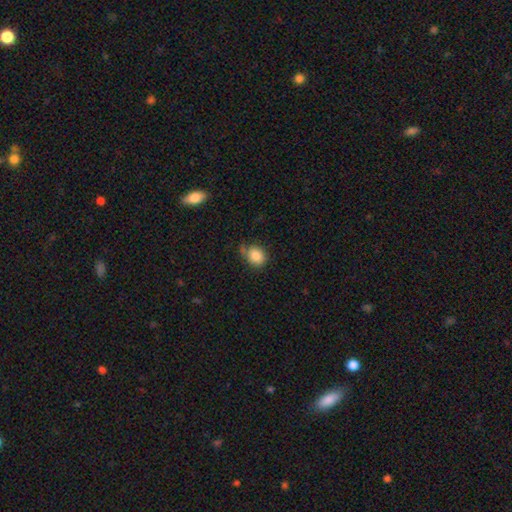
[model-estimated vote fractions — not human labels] smooth-or-featured: smooth: 83% | star or artifact: 9% | featured or disk: 8%
  how-rounded: round: 61% | in between: 38% | cigar-shaped: 1%
  merging: none: 62% | minor disturbance: 24% | major disturbance: 8% | merger: 7%